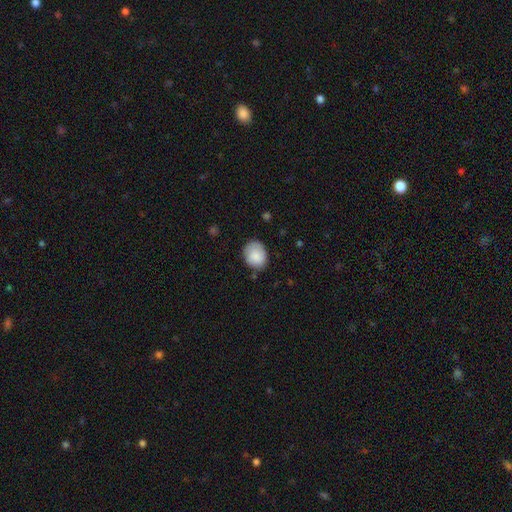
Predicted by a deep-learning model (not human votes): Smooth or featured: smooth — 86% (featured or disk — 7%)
How rounded: round — 56% (in between — 43%)
Merging: none — 73% (minor disturbance — 21%)